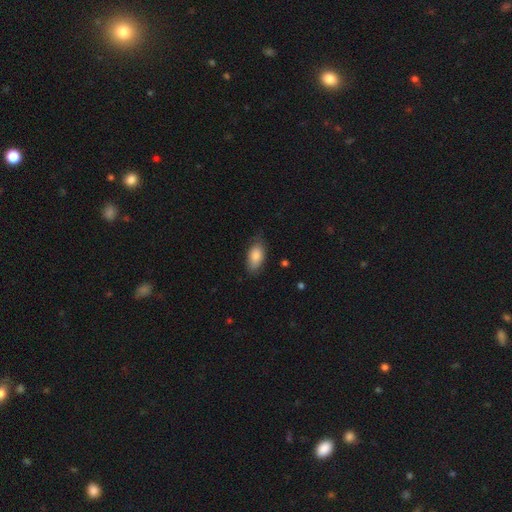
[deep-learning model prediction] Q: Smooth or featured?
A: smooth (83%); runner-up: featured or disk (11%)
Q: How rounded?
A: in between (91%); runner-up: cigar-shaped (5%)
Q: Merging?
A: none (73%); runner-up: minor disturbance (22%)